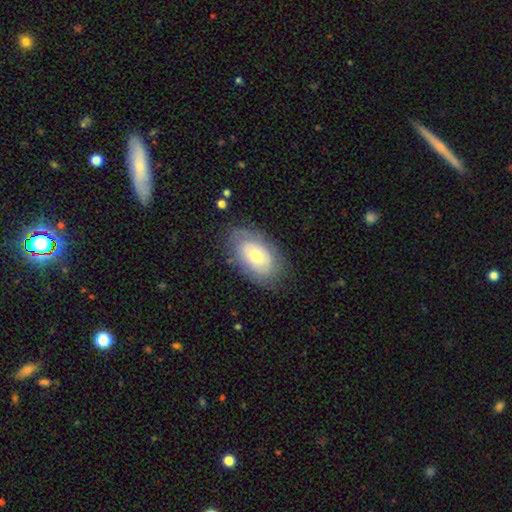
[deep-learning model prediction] smooth 49%, featured or disk 43%, star or artifact 7%. Down the decision tree: merging — none (76%).